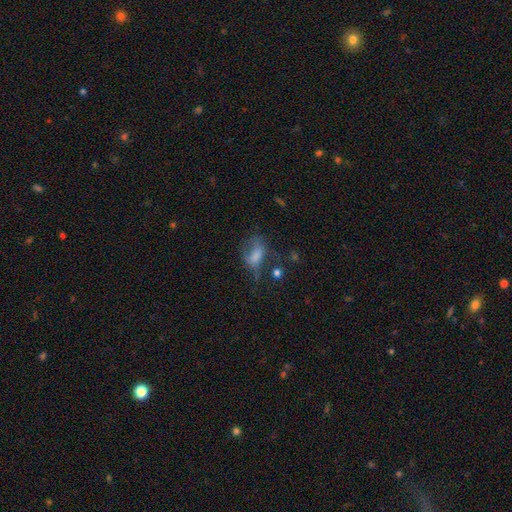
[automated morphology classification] Overall: smooth (47%; featured or disk 34%). Merging: major disturbance (39%; none 32%).